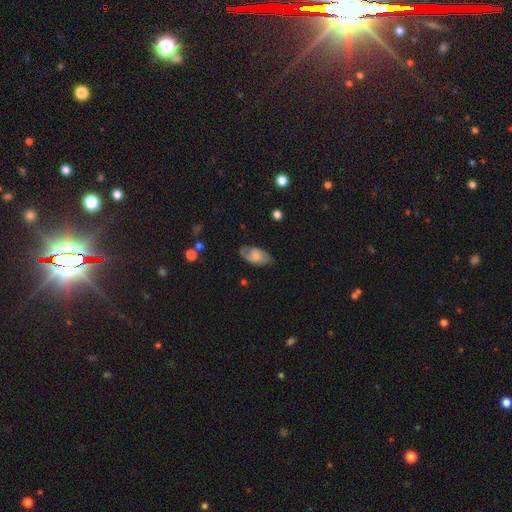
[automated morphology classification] A featured or disk galaxy (47%). Merging: none (71%).